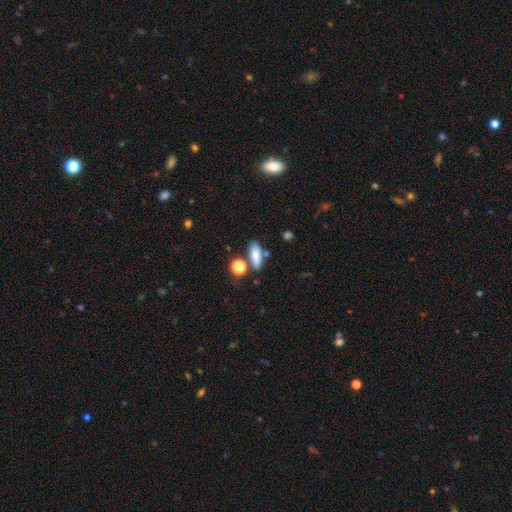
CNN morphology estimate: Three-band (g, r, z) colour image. It shows a smooth galaxy with no disk features (81%) that is in between round and cigar-shaped (69%). Merging: none (67%).